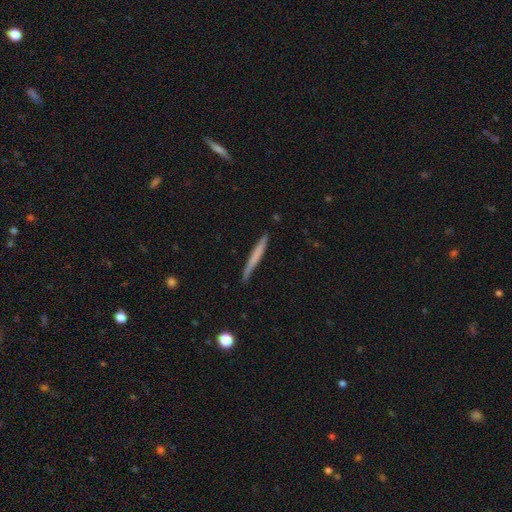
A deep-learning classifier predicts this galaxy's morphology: smooth 57%, featured or disk 37%, star or artifact 5%. Down the decision tree: how rounded — cigar-shaped (97%); merging — none (87%).